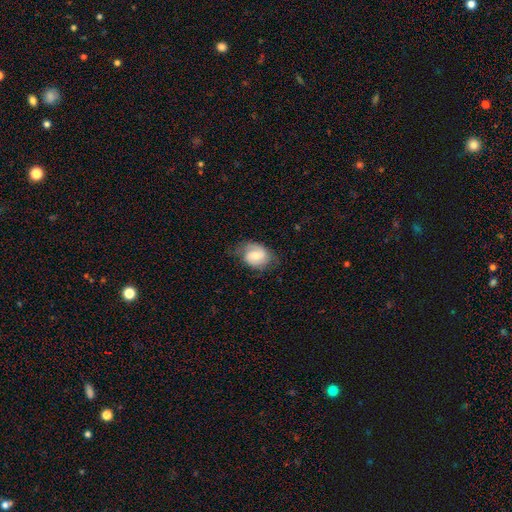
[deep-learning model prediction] smooth_or_featured: featured or disk (p=0.55) [alt: smooth p=0.37]
disk_edge_on: no (p=0.97) [alt: yes p=0.03]
bar: no (p=0.50) [alt: weak p=0.41]
has_spiral_arms: yes (p=0.88) [alt: no p=0.12]
bulge_size: moderate (p=0.45) [alt: small p=0.43]
merging: none (p=0.61) [alt: minor disturbance p=0.26]